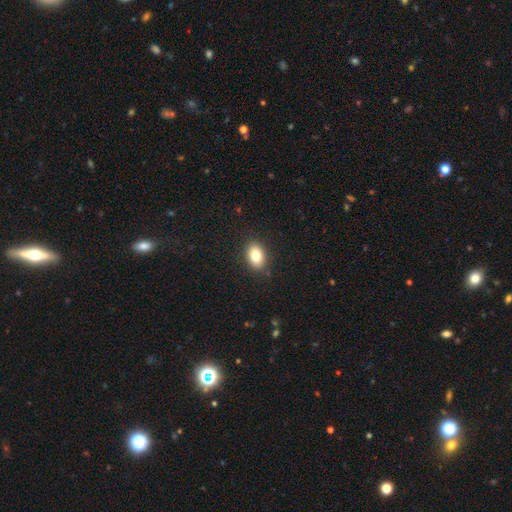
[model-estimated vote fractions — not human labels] Q: Smooth or featured?
A: smooth (80%); runner-up: featured or disk (11%)
Q: How rounded?
A: in between (84%); runner-up: round (14%)
Q: Merging?
A: none (88%); runner-up: minor disturbance (9%)